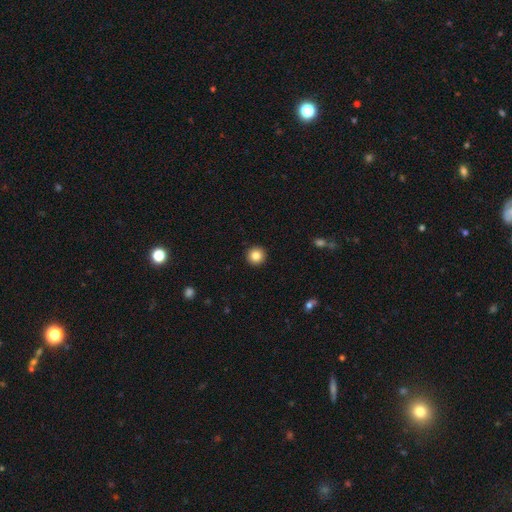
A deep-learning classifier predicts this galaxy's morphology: A smooth galaxy with no disk features (84%) that is round (96%). Merging: none (94%).